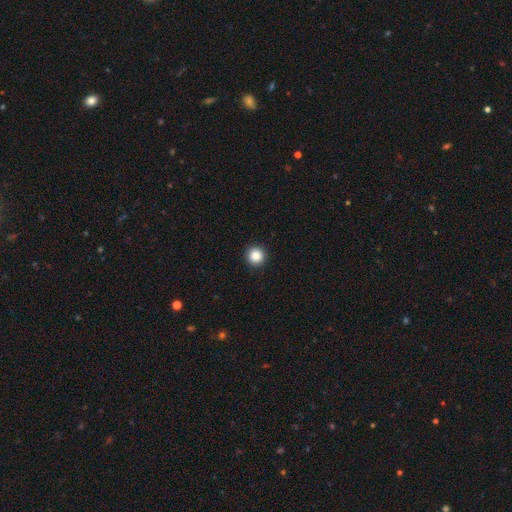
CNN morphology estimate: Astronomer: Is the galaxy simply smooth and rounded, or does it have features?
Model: smooth — 87%.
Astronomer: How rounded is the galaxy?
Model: round — 96%.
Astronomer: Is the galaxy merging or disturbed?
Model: none — 93%.